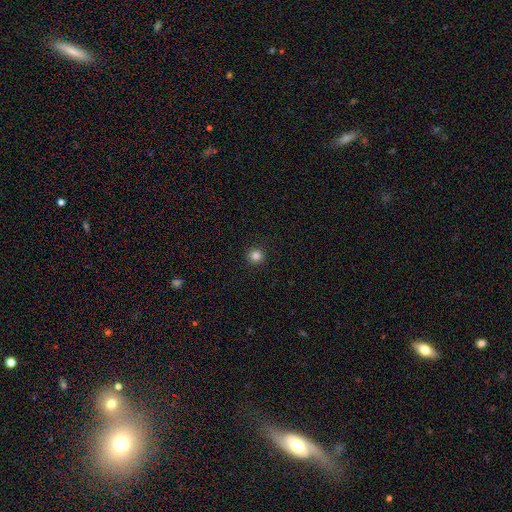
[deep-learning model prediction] The model was most divided on "smooth or featured": smooth: 84%, star or artifact: 12%, featured or disk: 4%. More confident: how rounded — round (95%); merging — none (93%).